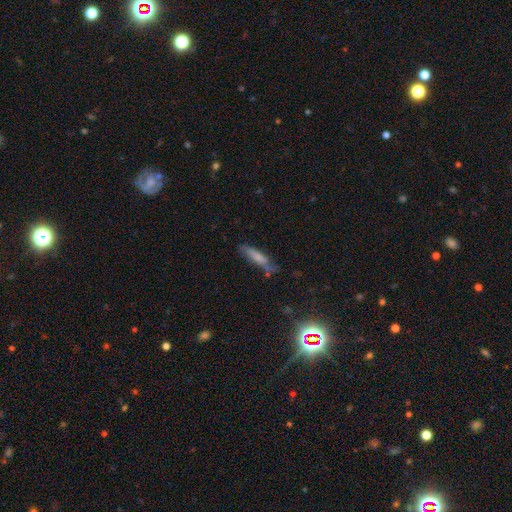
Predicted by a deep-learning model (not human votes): smooth_or_featured: smooth (p=0.47) [alt: featured or disk p=0.34]
merging: none (p=0.64) [alt: minor disturbance p=0.23]